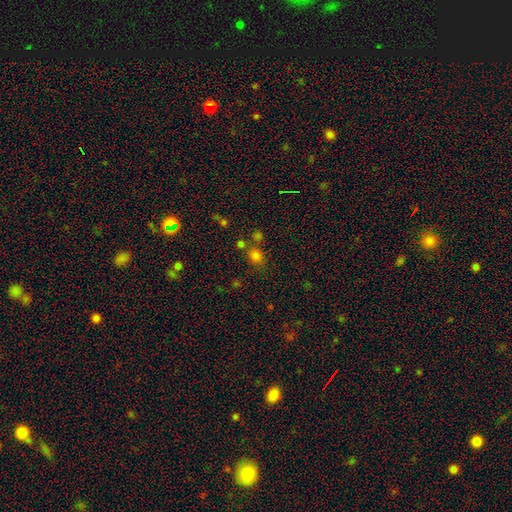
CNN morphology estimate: Q: Smooth or featured?
A: smooth (74%); runner-up: star or artifact (20%)
Q: How rounded?
A: round (70%); runner-up: in between (29%)
Q: Merging?
A: none (68%); runner-up: merger (16%)